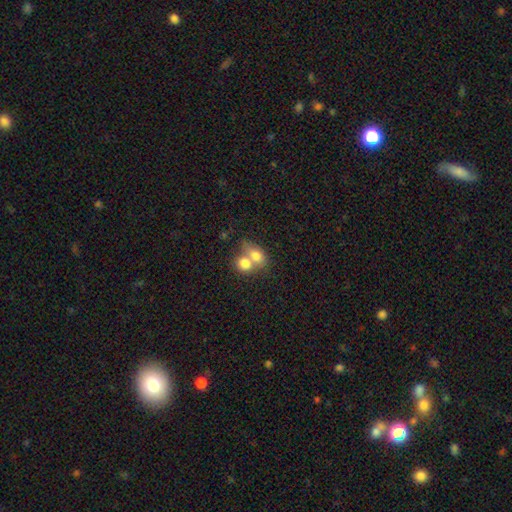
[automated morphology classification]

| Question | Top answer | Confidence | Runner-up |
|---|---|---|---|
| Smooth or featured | smooth | 75% | featured or disk (17%) |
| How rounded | in between | 56% | round (42%) |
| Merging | merger | 70% | none (20%) |